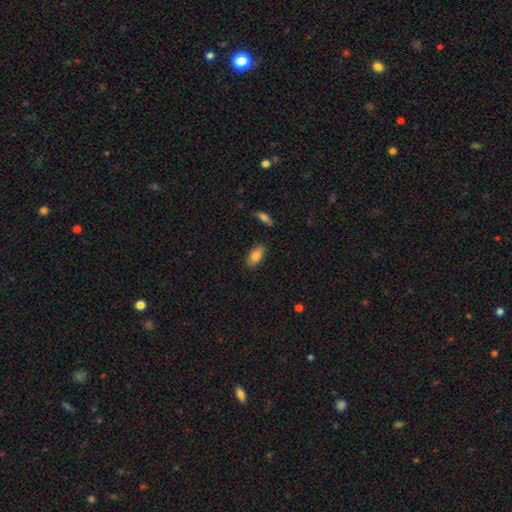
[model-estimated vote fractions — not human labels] Overall: smooth (83%). How rounded: in between (91%). Merging: none (85%).